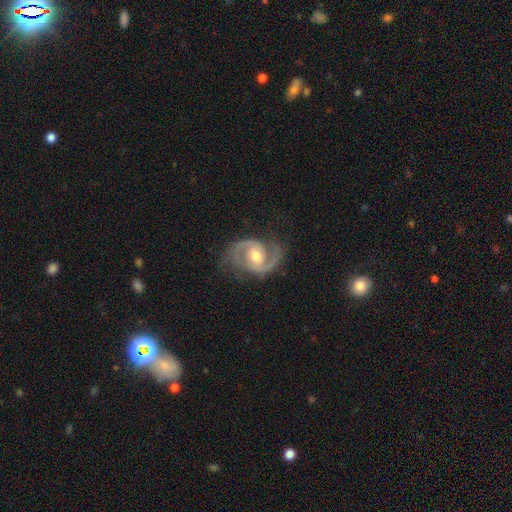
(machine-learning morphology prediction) Smooth or featured? Predicted: featured or disk (p=0.91). Edge-on disk? Predicted: no (p=0.98). Bar? Predicted: no (p=0.46). Spiral arms? Predicted: yes (p=0.97). Spiral winding? Predicted: medium (p=0.55). Spiral arm count? Predicted: 2 (p=0.92). Bulge size? Predicted: moderate (p=0.76). Merging? Predicted: none (p=0.73).